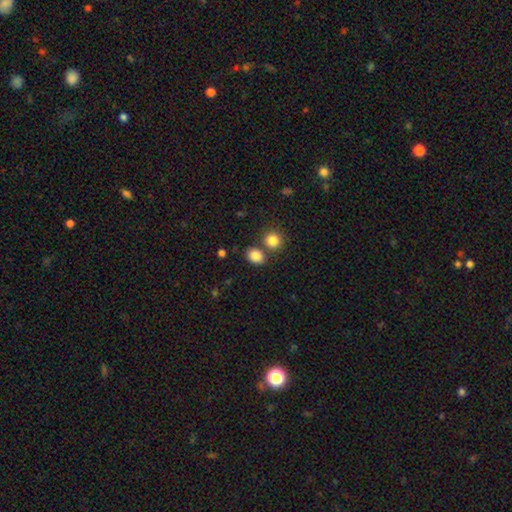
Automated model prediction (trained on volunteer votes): Q: Smooth or featured?
A: smooth (85%); runner-up: star or artifact (10%)
Q: How rounded?
A: round (52%); runner-up: in between (47%)
Q: Merging?
A: none (67%); runner-up: merger (21%)